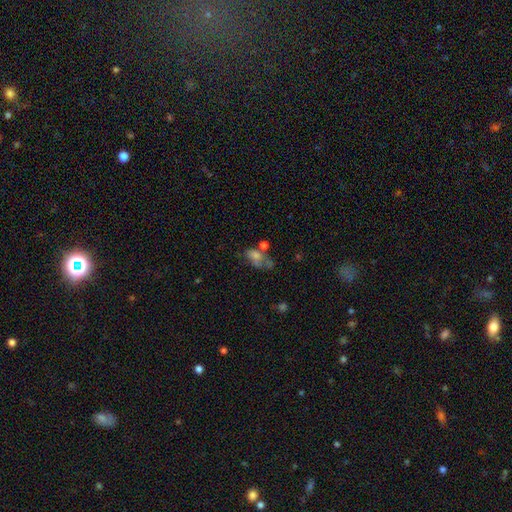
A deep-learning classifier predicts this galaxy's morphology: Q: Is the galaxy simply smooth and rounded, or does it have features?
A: smooth — 52%.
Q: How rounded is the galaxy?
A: in between — 82%.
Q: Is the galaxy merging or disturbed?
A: none — 30%.